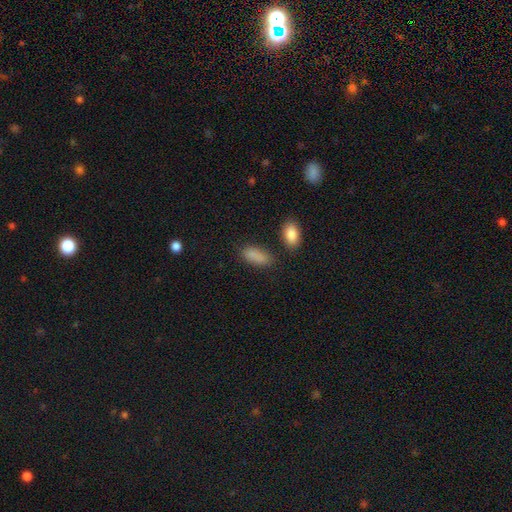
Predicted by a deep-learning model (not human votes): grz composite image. It shows a smooth galaxy with no disk features (87%) that is in between round and cigar-shaped (84%). Merging: none (74%).